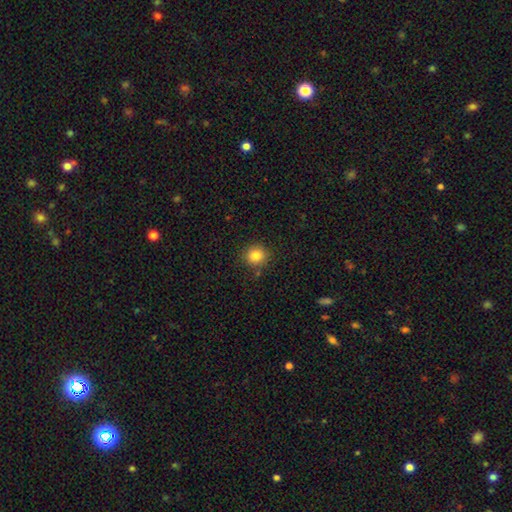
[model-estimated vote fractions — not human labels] A smooth galaxy with no disk features (84%) that is round (90%).

Vote fractions:
- Smooth or featured? smooth: 84% / star or artifact: 11% / featured or disk: 5%
- How rounded? round: 90% / in between: 9% / cigar-shaped: 1%
- Merging? none: 86% / minor disturbance: 9% / major disturbance: 3% / merger: 2%